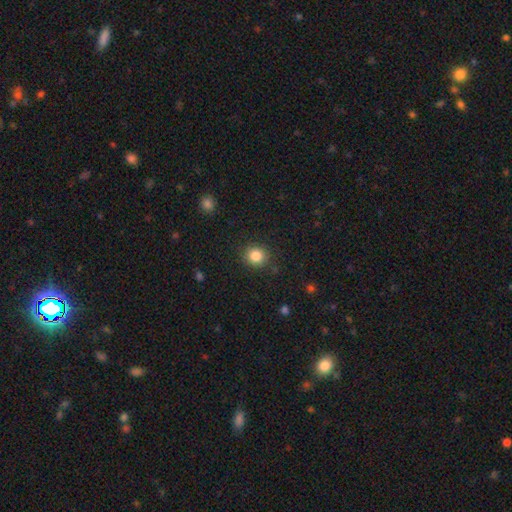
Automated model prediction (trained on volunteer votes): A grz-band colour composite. It shows a smooth galaxy with no disk features (84%) that is round (83%). Merging: none (87%).